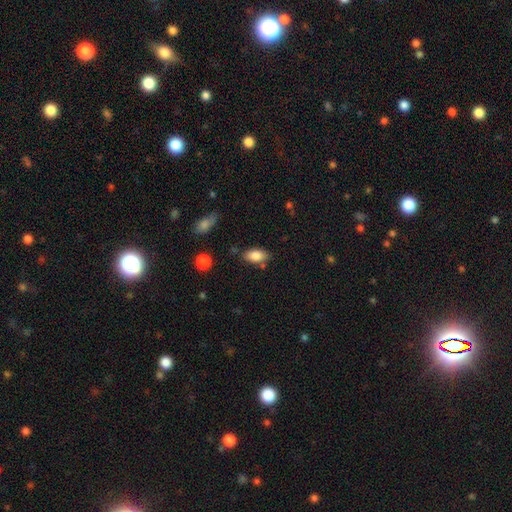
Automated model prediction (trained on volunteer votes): Q: Smooth or featured?
A: smooth (84%); runner-up: featured or disk (9%)
Q: How rounded?
A: in between (91%); runner-up: round (5%)
Q: Merging?
A: none (76%); runner-up: minor disturbance (15%)